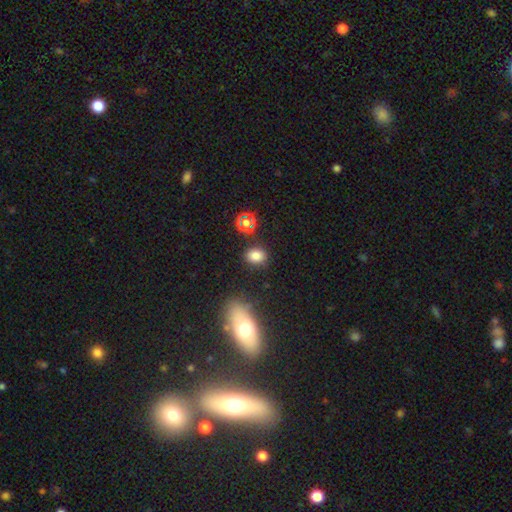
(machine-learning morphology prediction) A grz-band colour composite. It shows a smooth galaxy with no disk features (80%) that is in between round and cigar-shaped (57%). Merging: none (81%).